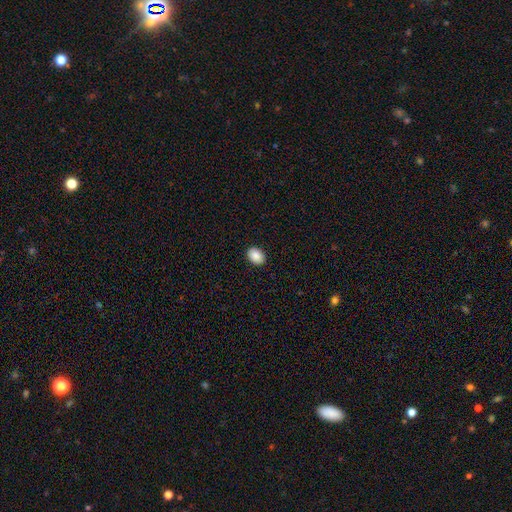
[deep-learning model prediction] smooth 89%, star or artifact 7%, featured or disk 3%. Down the decision tree: how rounded — in between (71%); merging — none (91%).